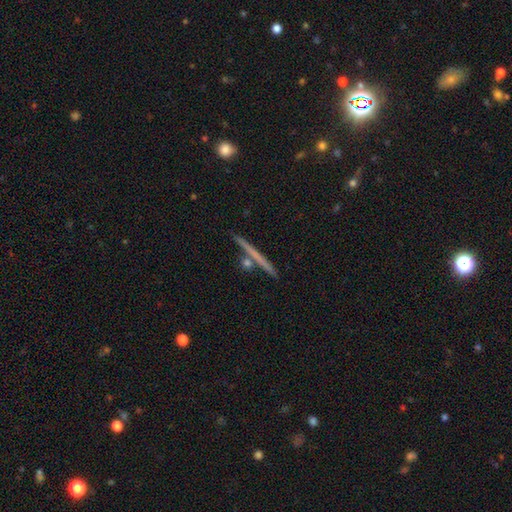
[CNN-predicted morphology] Smooth or featured? Predicted: featured or disk (p=0.57). Edge-on disk? Predicted: yes (p=0.97). Edge-on bulge? Predicted: none (p=0.82). Merging? Predicted: none (p=0.85).